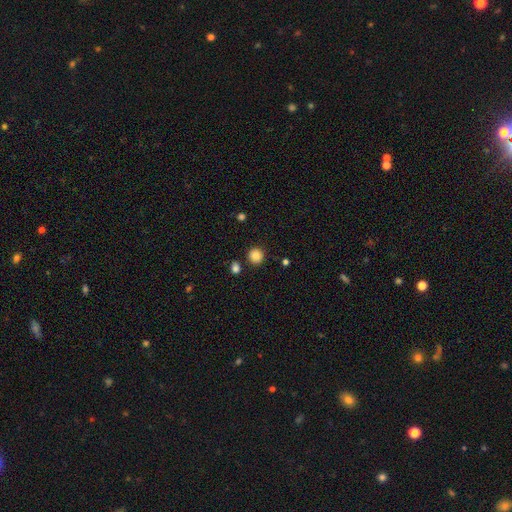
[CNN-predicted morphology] Smooth or featured?
  - smooth: 86% *
  - star or artifact: 11%
  - featured or disk: 3%
How rounded?
  - round: 93% *
  - in between: 6%
  - cigar-shaped: 1%
Merging?
  - none: 86% *
  - minor disturbance: 7%
  - merger: 4%
  - major disturbance: 3%